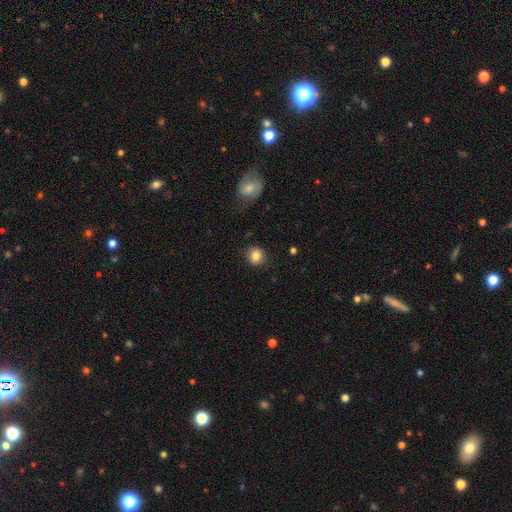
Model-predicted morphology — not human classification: Smooth or featured? smooth (85%)
How rounded? round (87%)
Merging? none (86%)